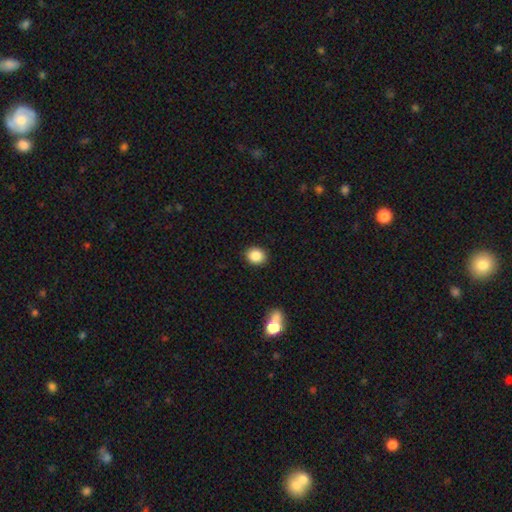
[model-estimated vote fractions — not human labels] This is clearly a smooth galaxy (86%). How rounded: possibly round (59%). Merging: clearly none (89%).